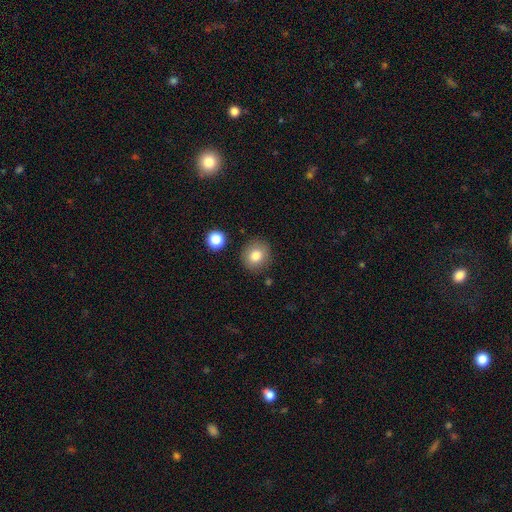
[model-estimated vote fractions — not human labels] smooth-or-featured: smooth: 82% | star or artifact: 9% | featured or disk: 9%
  how-rounded: round: 86% | in between: 14% | cigar-shaped: 1%
  merging: none: 87% | minor disturbance: 8% | merger: 3% | major disturbance: 2%